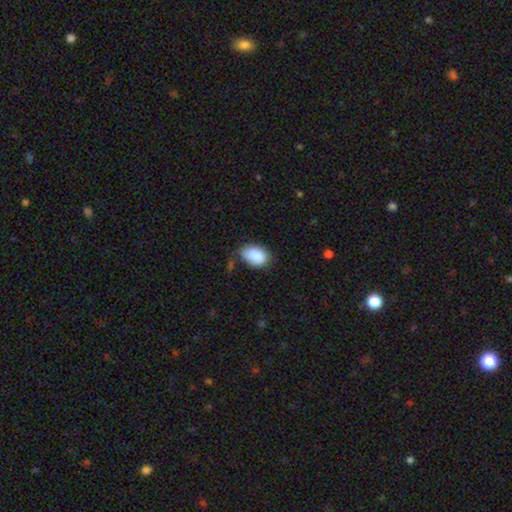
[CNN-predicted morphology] Smooth or featured? Predicted: smooth (p=0.88). How rounded? Predicted: in between (p=0.86). Merging? Predicted: none (p=0.59).